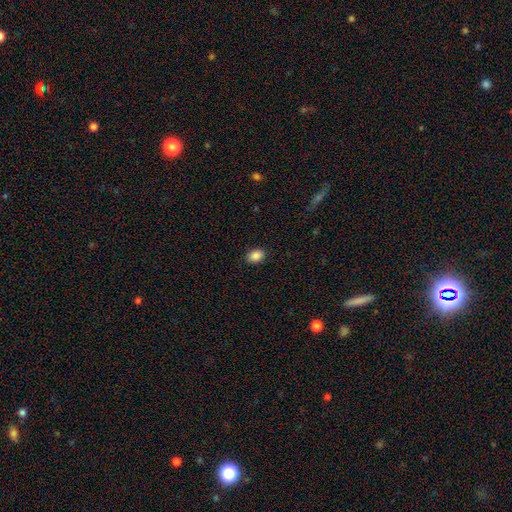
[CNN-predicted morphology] The model was most divided on "how rounded": in between: 79%, round: 20%, cigar-shaped: 1%. More confident: merging — none (89%); smooth or featured — smooth (88%).